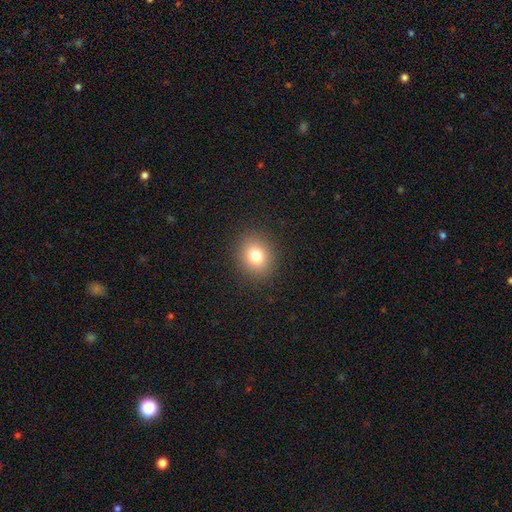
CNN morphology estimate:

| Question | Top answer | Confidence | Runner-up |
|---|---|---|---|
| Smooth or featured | smooth | 79% | star or artifact (12%) |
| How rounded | round | 70% | in between (29%) |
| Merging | none | 90% | minor disturbance (6%) |